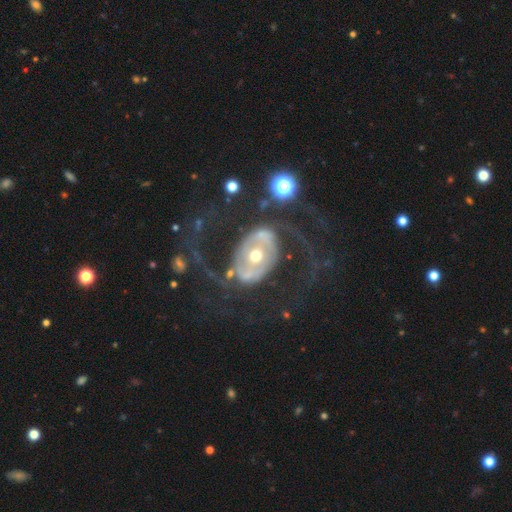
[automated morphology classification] Q: Smooth or featured?
A: featured or disk (83%); runner-up: smooth (11%)
Q: Edge-on disk?
A: no (96%); runner-up: yes (4%)
Q: Bar?
A: no (55%); runner-up: weak (25%)
Q: Spiral arms?
A: yes (76%); runner-up: no (24%)
Q: Spiral winding?
A: loose (51%); runner-up: medium (37%)
Q: Spiral arm count?
A: 2 (88%); runner-up: can't tell (5%)
Q: Bulge size?
A: moderate (66%); runner-up: small (24%)
Q: Merging?
A: none (56%); runner-up: major disturbance (27%)